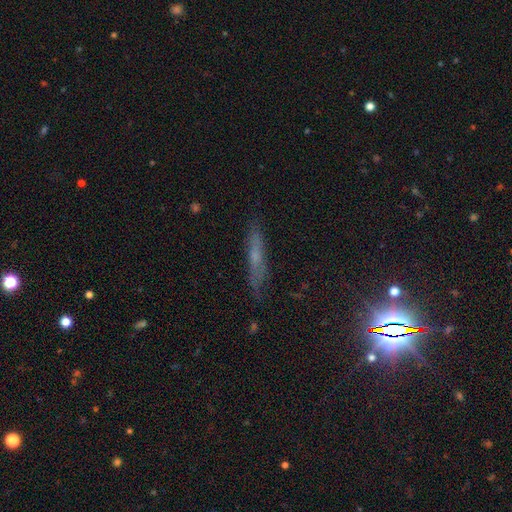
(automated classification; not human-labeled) The model was most divided on "smooth or featured": featured or disk: 45%, smooth: 39%, star or artifact: 17%. More confident: merging — none (80%).